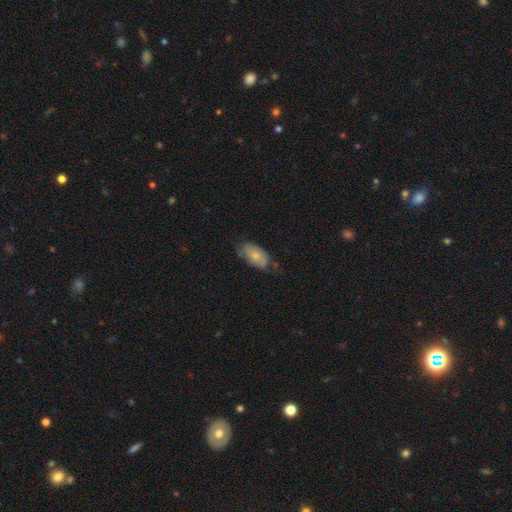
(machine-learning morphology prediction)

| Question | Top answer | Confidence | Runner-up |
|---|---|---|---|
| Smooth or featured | smooth | 67% | featured or disk (26%) |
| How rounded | in between | 93% | cigar-shaped (4%) |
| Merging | none | 55% | minor disturbance (34%) |